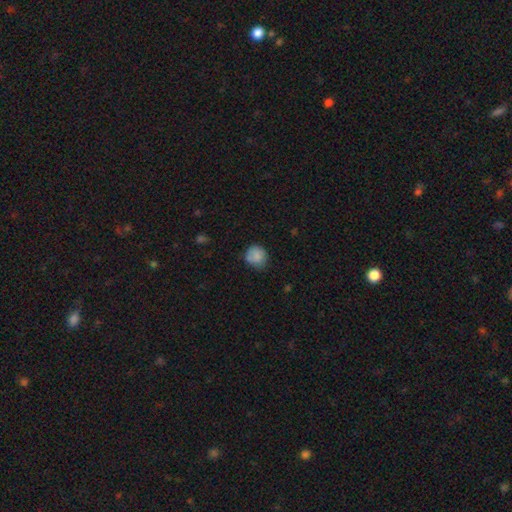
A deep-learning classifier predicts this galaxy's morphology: This is clearly a smooth galaxy (83%). How rounded: clearly round (86%). Merging: likely none (70%).